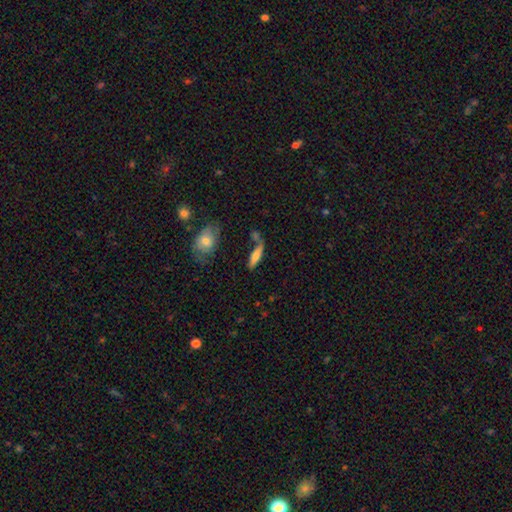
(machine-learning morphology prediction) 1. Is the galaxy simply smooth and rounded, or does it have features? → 64% smooth, 28% featured or disk, 7% star or artifact.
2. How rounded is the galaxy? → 57% cigar-shaped, 40% in between, 3% round.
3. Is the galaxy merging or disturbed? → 48% none, 20% merger, 20% minor disturbance, 12% major disturbance.